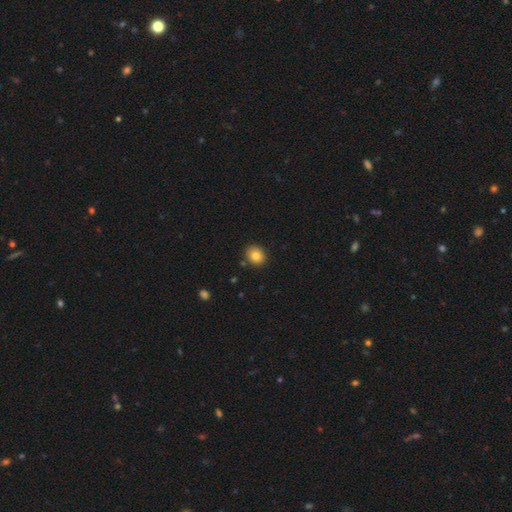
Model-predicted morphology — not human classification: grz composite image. It shows a smooth galaxy with no disk features (83%) that is round (68%). Merging: none (88%).